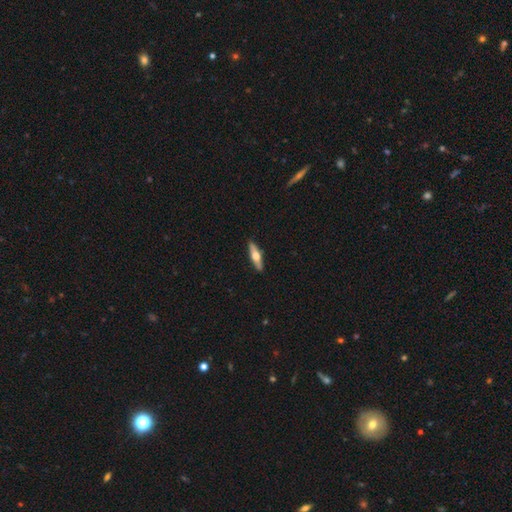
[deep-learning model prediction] The model was most divided on "smooth or featured": featured or disk: 55%, smooth: 40%, star or artifact: 5%. More confident: edge-on disk — yes (95%); edge-on bulge — rounded (93%); merging — none (90%).